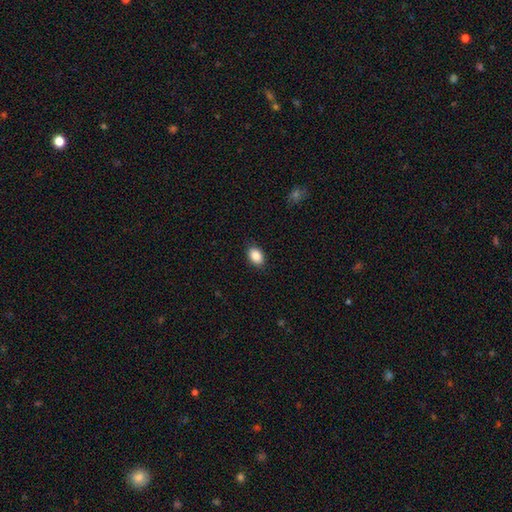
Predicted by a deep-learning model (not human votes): smooth-or-featured: smooth: 88% | star or artifact: 8% | featured or disk: 4%
  how-rounded: in between: 85% | round: 14% | cigar-shaped: 1%
  merging: none: 87% | minor disturbance: 10% | major disturbance: 2% | merger: 1%